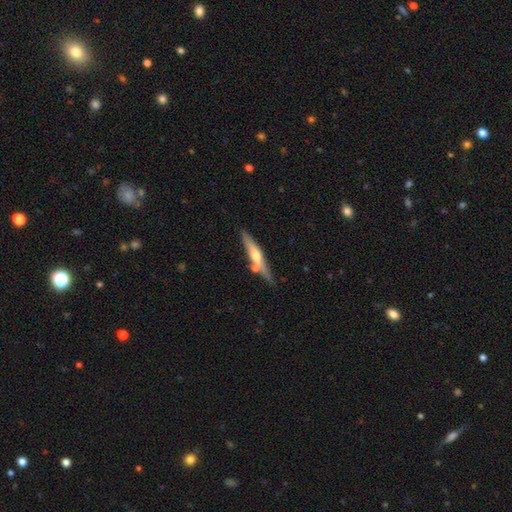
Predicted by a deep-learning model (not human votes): This appears to be a featured or disk galaxy (56%) viewed edge-on (93%) with a rounded central bulge (85%). Merging: none (74%).